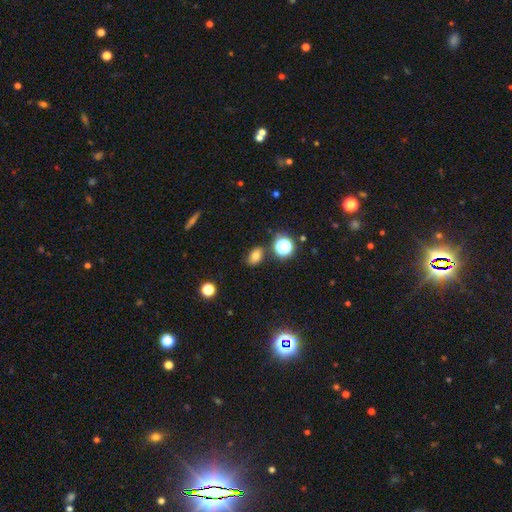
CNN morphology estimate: This appears to be a smooth galaxy with no disk features (73%) that is in between round and cigar-shaped (70%). Merging: none (80%).